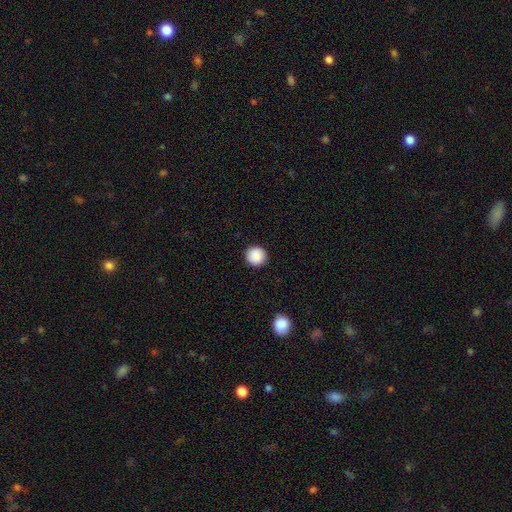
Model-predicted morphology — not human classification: Smooth or featured? Predicted: smooth (p=0.89). How rounded? Predicted: round (p=0.96). Merging? Predicted: none (p=0.92).